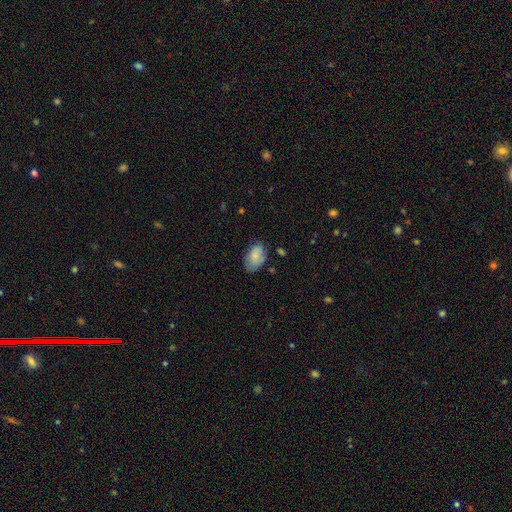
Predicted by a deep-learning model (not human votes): smooth_or_featured: smooth (p=0.77) [alt: featured or disk p=0.16]
how_rounded: in between (p=0.90) [alt: round p=0.08]
merging: none (p=0.64) [alt: minor disturbance p=0.27]